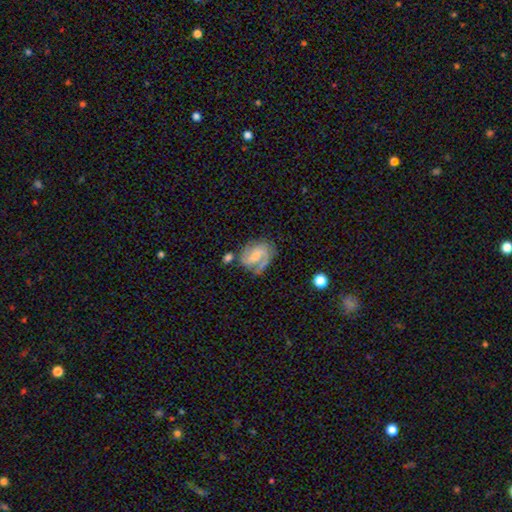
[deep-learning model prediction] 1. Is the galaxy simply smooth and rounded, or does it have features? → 76% featured or disk, 17% smooth, 7% star or artifact.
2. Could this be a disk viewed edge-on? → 97% no, 3% yes.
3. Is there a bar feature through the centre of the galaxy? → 50% weak, 25% strong, 25% no.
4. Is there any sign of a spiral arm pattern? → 94% yes, 6% no.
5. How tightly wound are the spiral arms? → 48% medium, 37% tight, 16% loose.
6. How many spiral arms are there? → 69% 2, 10% 3, 10% can't tell, 8% 1, 2% 4, 2% more than 4.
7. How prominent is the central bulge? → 37% small, 28% moderate, 26% none, 8% large, 2% dominant.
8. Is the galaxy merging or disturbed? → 60% none, 21% minor disturbance, 11% major disturbance, 8% merger.